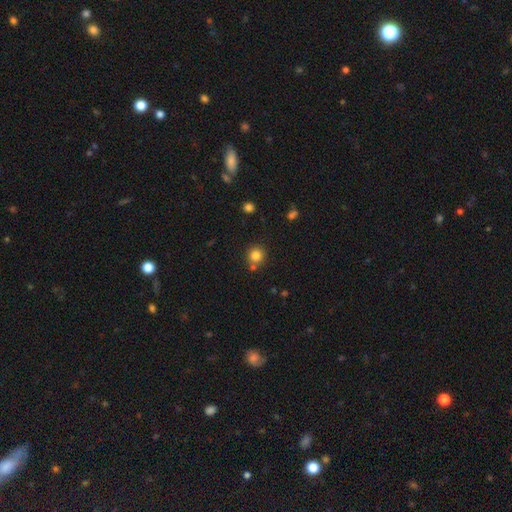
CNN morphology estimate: Smooth or featured? Predicted: smooth (p=0.82). How rounded? Predicted: round (p=0.91). Merging? Predicted: none (p=0.75).